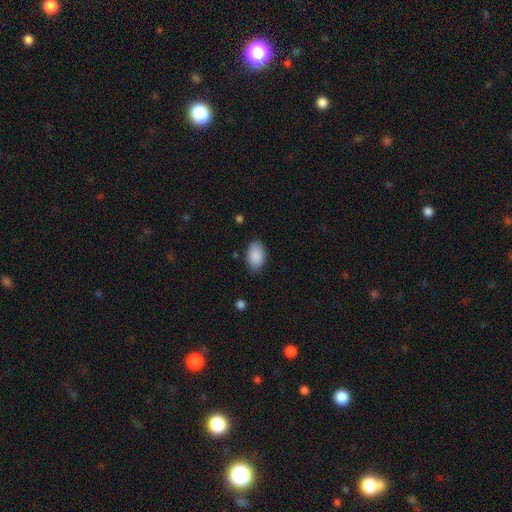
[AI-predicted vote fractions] Morphology: type=smooth (90%); roundness=in between (92%); merging=none (84%).